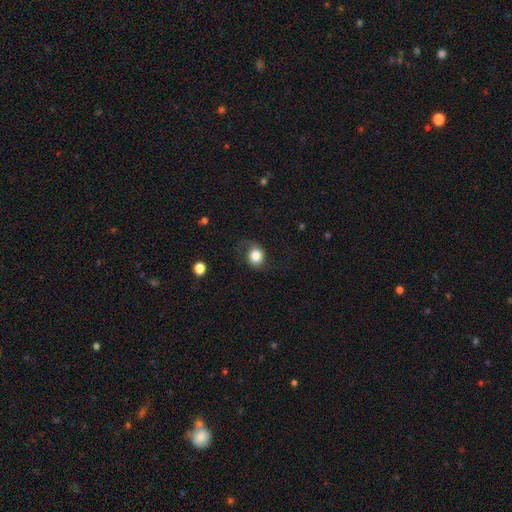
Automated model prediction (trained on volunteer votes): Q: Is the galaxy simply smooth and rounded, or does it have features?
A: smooth — 74%.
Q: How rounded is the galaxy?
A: round — 65%.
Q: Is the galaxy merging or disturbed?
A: none — 54%.